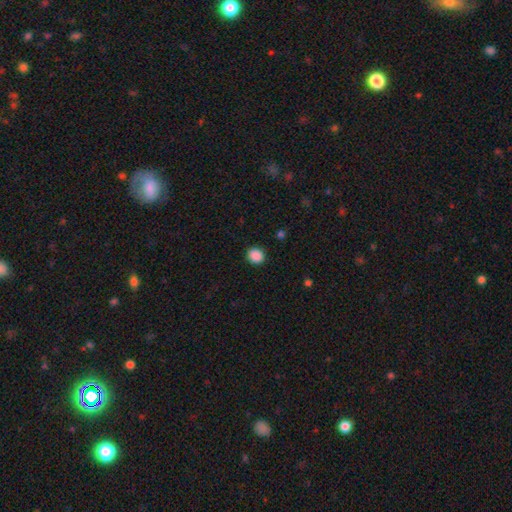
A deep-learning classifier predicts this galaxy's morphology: type=smooth (89%); roundness=round (84%); merging=none (91%).